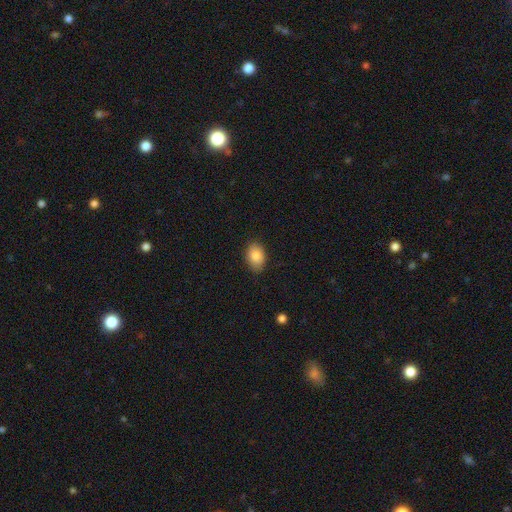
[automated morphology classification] Q: Smooth or featured?
A: smooth (87%); runner-up: star or artifact (8%)
Q: How rounded?
A: in between (80%); runner-up: round (19%)
Q: Merging?
A: none (85%); runner-up: minor disturbance (12%)